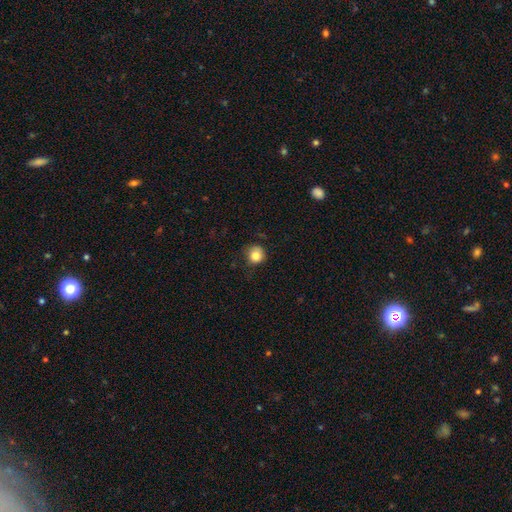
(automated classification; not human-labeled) Smooth or featured?
  - smooth: 83% *
  - star or artifact: 11%
  - featured or disk: 6%
How rounded?
  - round: 92% *
  - in between: 7%
  - cigar-shaped: 1%
Merging?
  - none: 77% *
  - minor disturbance: 18%
  - major disturbance: 4%
  - merger: 1%